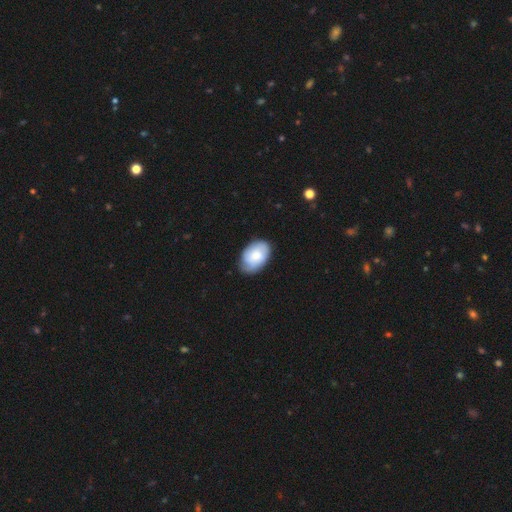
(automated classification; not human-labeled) smooth-or-featured: smooth: 68% | featured or disk: 26% | star or artifact: 6%
  how-rounded: in between: 88% | round: 11% | cigar-shaped: 1%
  merging: none: 75% | minor disturbance: 20% | major disturbance: 4% | merger: 1%